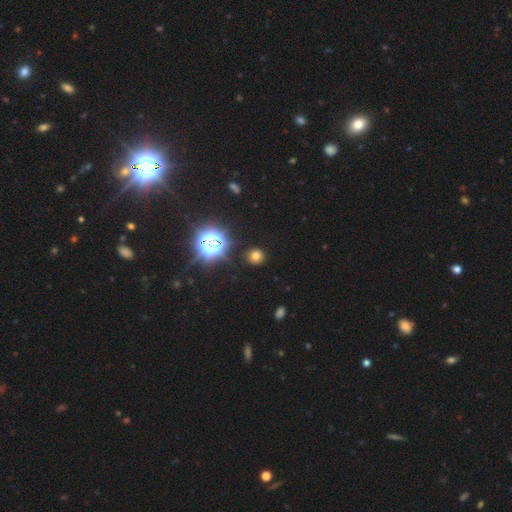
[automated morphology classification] smooth 67%, star or artifact 26%, featured or disk 7%. Down the decision tree: how rounded — round (90%); merging — none (89%).